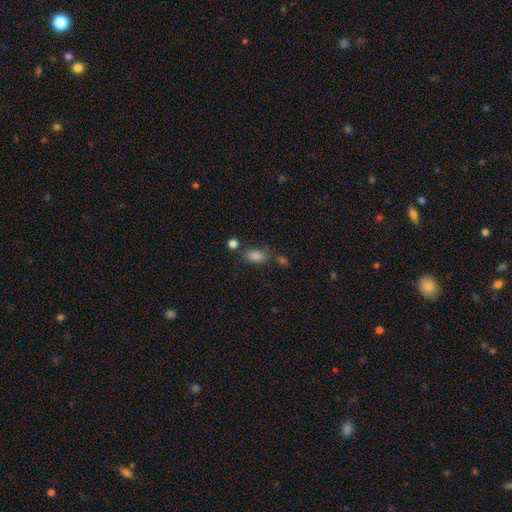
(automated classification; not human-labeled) Smooth or featured? smooth (79%)
How rounded? in between (85%)
Merging? none (65%)